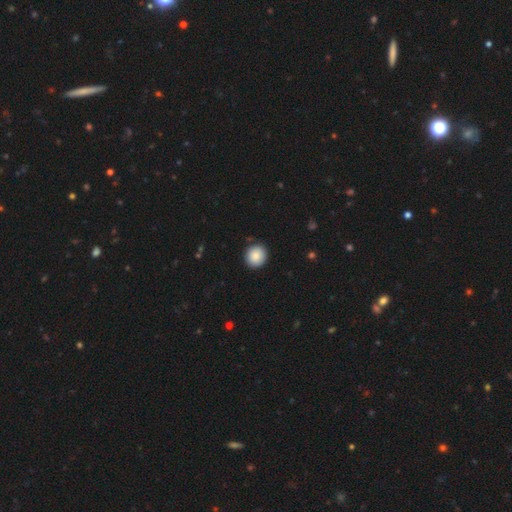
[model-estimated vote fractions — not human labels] Q: Smooth or featured?
A: smooth (88%); runner-up: star or artifact (8%)
Q: How rounded?
A: round (90%); runner-up: in between (9%)
Q: Merging?
A: none (91%); runner-up: minor disturbance (7%)